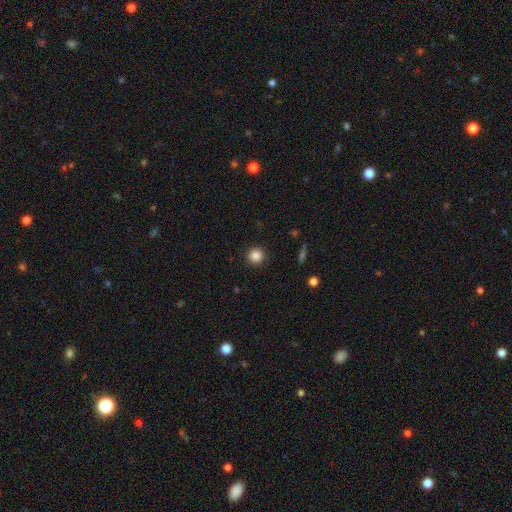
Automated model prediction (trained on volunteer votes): Overall: smooth (86%). How rounded: round (95%). Merging: none (92%).